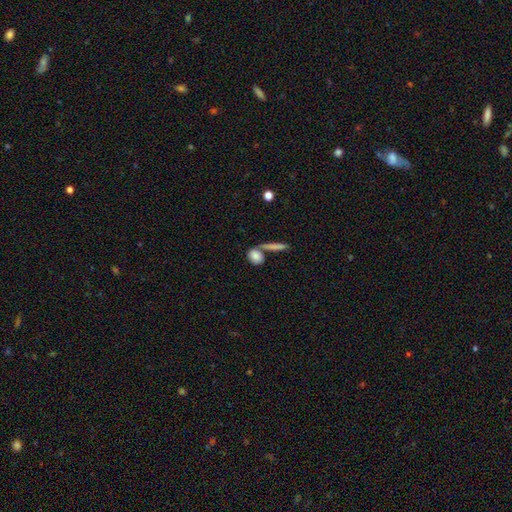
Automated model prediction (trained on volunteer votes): Smooth or featured? smooth (82%)
How rounded? in between (52%)
Merging? none (56%)